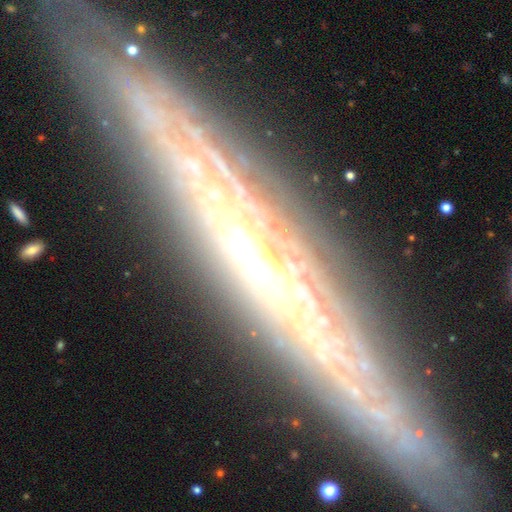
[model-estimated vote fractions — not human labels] Smooth or featured? featured or disk (74%)
Edge-on disk? yes (82%)
Edge-on bulge? none (48%)
Merging? none (84%)